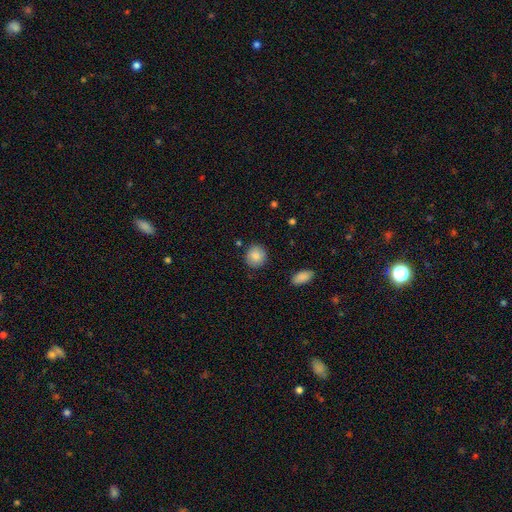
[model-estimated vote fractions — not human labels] smooth_or_featured: smooth (p=0.85) [alt: star or artifact p=0.08]
how_rounded: round (p=0.89) [alt: in between p=0.10]
merging: none (p=0.87) [alt: minor disturbance p=0.08]